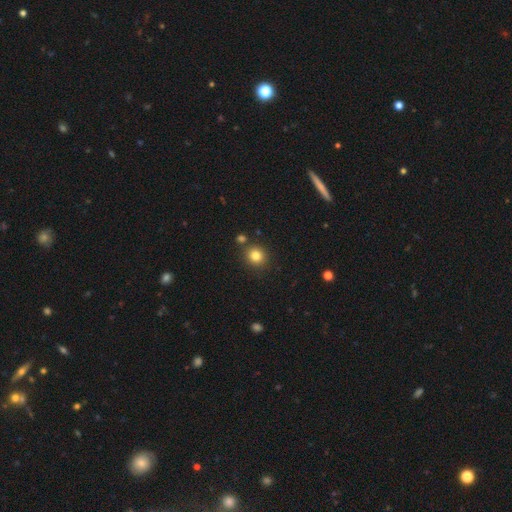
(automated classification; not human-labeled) Smooth or featured? smooth (82%)
How rounded? round (85%)
Merging? none (83%)